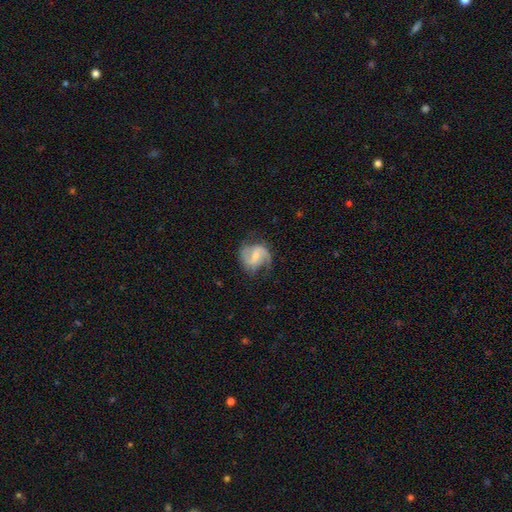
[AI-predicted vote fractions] Smooth or featured: featured or disk — 80% (smooth — 14%)
Edge-on disk: no — 98% (yes — 2%)
Bar: weak — 54% (strong — 24%)
Spiral arms: yes — 94% (no — 6%)
Spiral winding: medium — 48% (loose — 35%)
Spiral arm count: 2 — 87% (can't tell — 5%)
Bulge size: small — 48% (moderate — 40%)
Merging: none — 68% (minor disturbance — 20%)